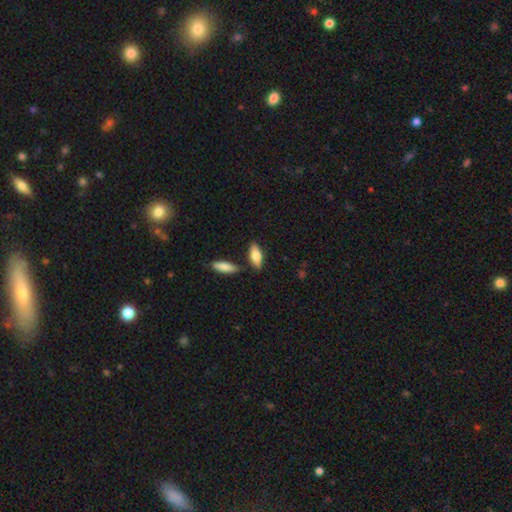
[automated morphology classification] smooth 75%, featured or disk 19%, star or artifact 6%. Down the decision tree: how rounded — in between (75%); merging — none (73%).